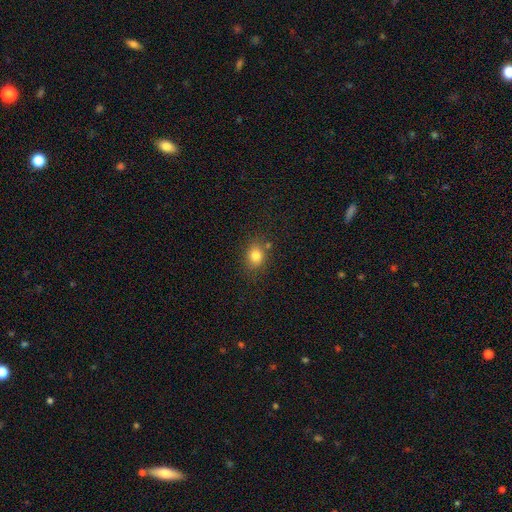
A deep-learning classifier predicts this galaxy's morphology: Smooth or featured?
  - smooth: 80% *
  - star or artifact: 12%
  - featured or disk: 8%
How rounded?
  - round: 56% *
  - in between: 43%
  - cigar-shaped: 1%
Merging?
  - none: 76% *
  - minor disturbance: 14%
  - merger: 6%
  - major disturbance: 4%